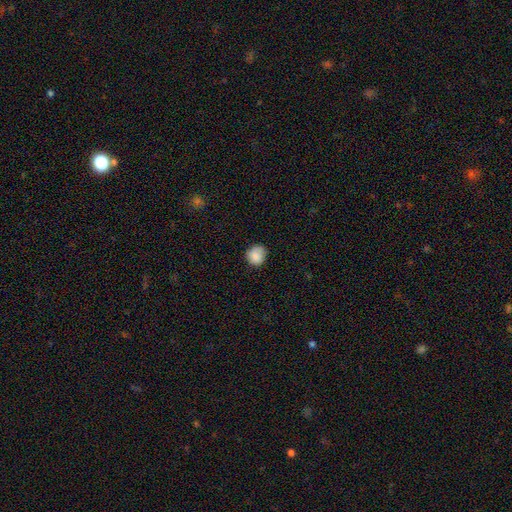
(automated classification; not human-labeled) smooth-or-featured: smooth: 87% | star or artifact: 9% | featured or disk: 5%
  how-rounded: round: 85% | in between: 14% | cigar-shaped: 1%
  merging: none: 78% | minor disturbance: 18% | major disturbance: 3% | merger: 1%